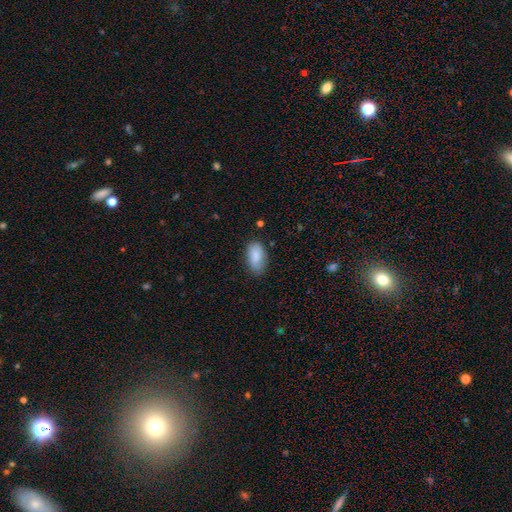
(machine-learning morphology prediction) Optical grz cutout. It shows a smooth galaxy with no disk features (86%) that is in between round and cigar-shaped (94%). Merging: none (76%).